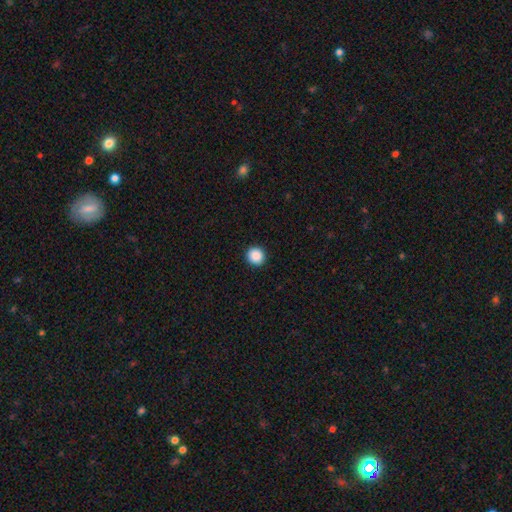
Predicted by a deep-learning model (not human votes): Smooth or featured? Predicted: smooth (p=0.89). How rounded? Predicted: round (p=0.93). Merging? Predicted: none (p=0.93).